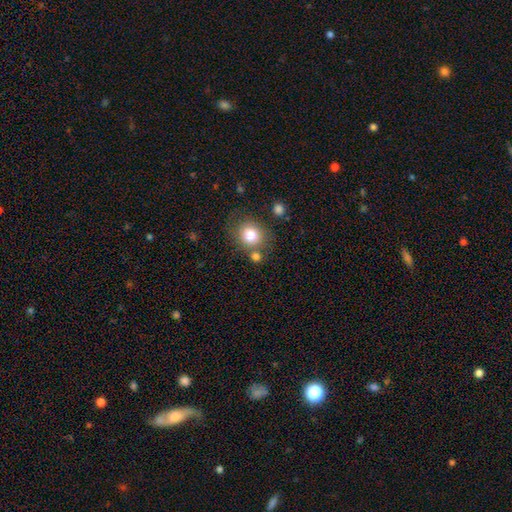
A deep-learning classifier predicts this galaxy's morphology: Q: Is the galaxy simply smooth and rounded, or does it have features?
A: smooth — 77%.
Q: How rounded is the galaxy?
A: round — 76%.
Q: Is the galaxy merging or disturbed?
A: none — 70%.